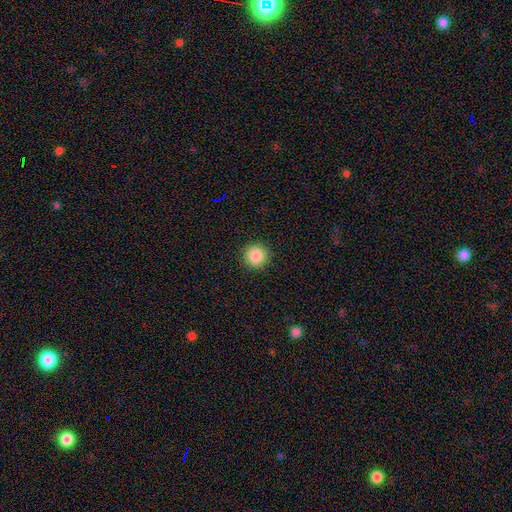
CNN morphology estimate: This is clearly a smooth galaxy (87%). How rounded: clearly round (94%). Merging: clearly none (92%).